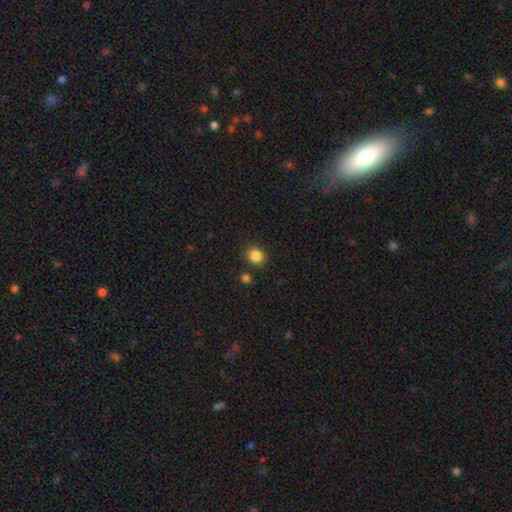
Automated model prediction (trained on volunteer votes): This is clearly a smooth galaxy (85%). How rounded: likely round (78%). Merging: clearly none (84%).